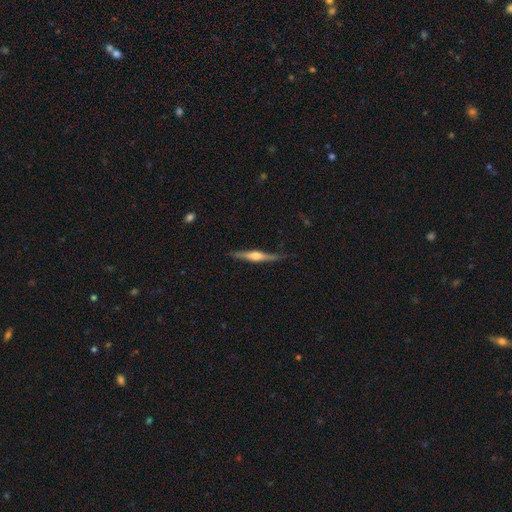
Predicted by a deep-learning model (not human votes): featured or disk 72%, smooth 23%, star or artifact 5%. Down the decision tree: edge-on disk — yes (97%); edge-on bulge — rounded (88%); merging — none (80%).